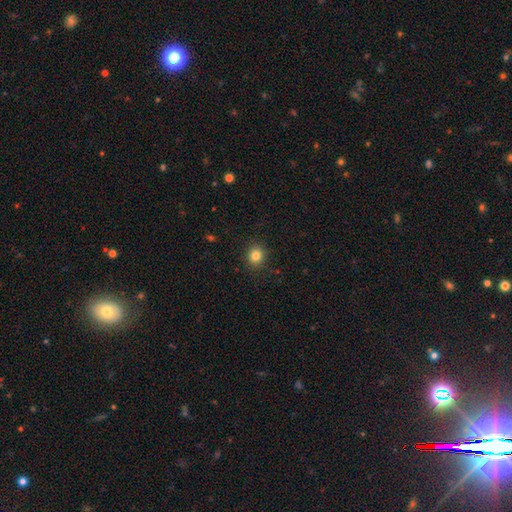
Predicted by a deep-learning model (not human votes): Q: Smooth or featured?
A: smooth (83%); runner-up: star or artifact (12%)
Q: How rounded?
A: round (83%); runner-up: in between (16%)
Q: Merging?
A: none (90%); runner-up: minor disturbance (7%)